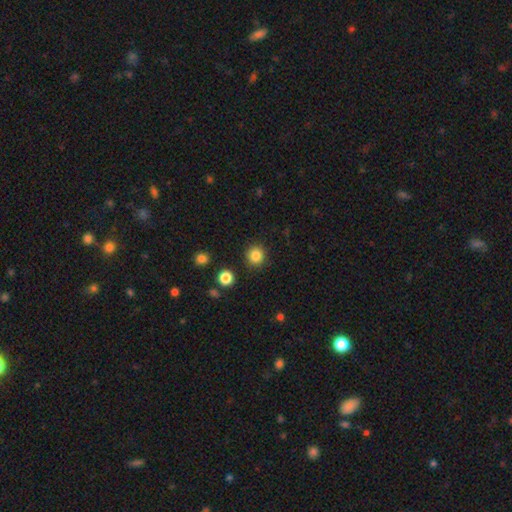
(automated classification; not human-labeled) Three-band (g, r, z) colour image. It shows a smooth galaxy with no disk features (85%) that is round (92%). Merging: none (90%).